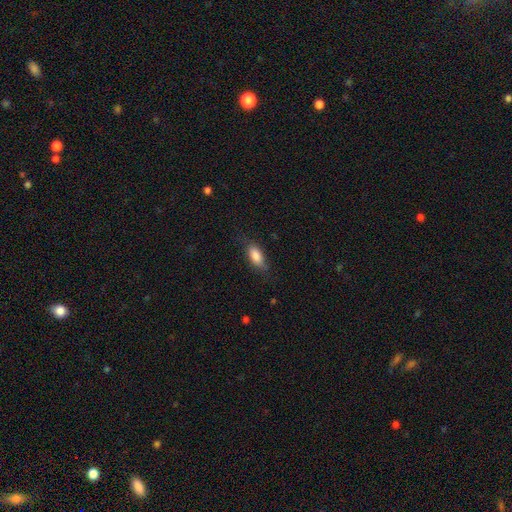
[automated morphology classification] Smooth or featured?
  - smooth: 84% *
  - featured or disk: 9%
  - star or artifact: 7%
How rounded?
  - in between: 83% *
  - cigar-shaped: 14%
  - round: 3%
Merging?
  - none: 72% *
  - minor disturbance: 20%
  - major disturbance: 6%
  - merger: 1%